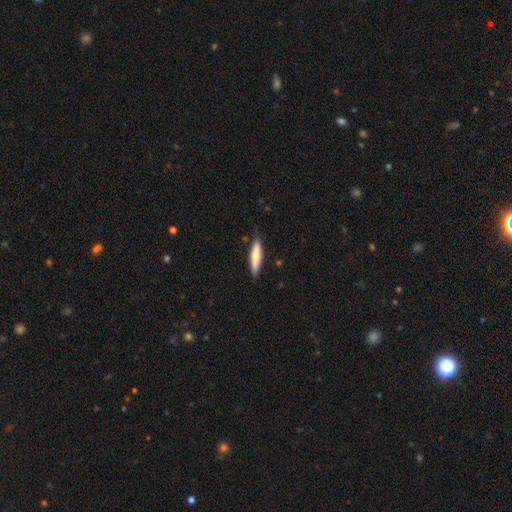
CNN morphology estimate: A smooth galaxy with no disk features (69%) that is cigar-shaped (82%). Merging: none (82%).